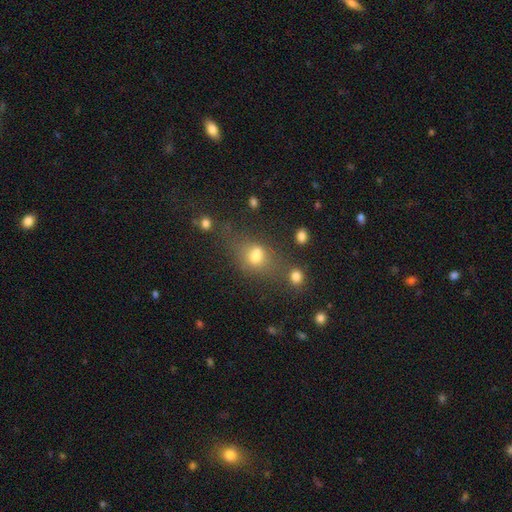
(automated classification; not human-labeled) This appears to be a smooth galaxy with no disk features (66%) that is in between round and cigar-shaped (58%). Merging: none (46%).